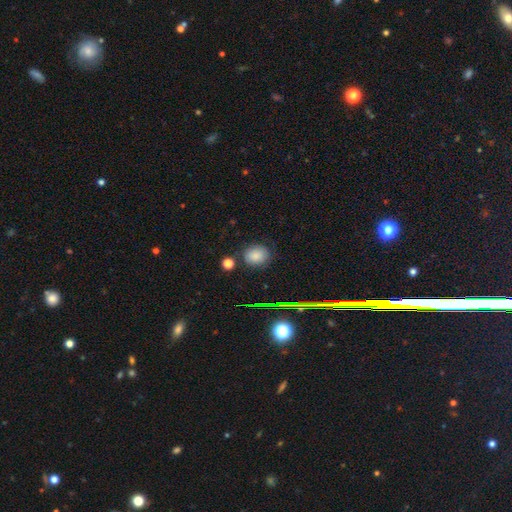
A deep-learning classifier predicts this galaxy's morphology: This is likely a smooth galaxy (78%). How rounded: likely round (66%). Merging: likely none (77%).